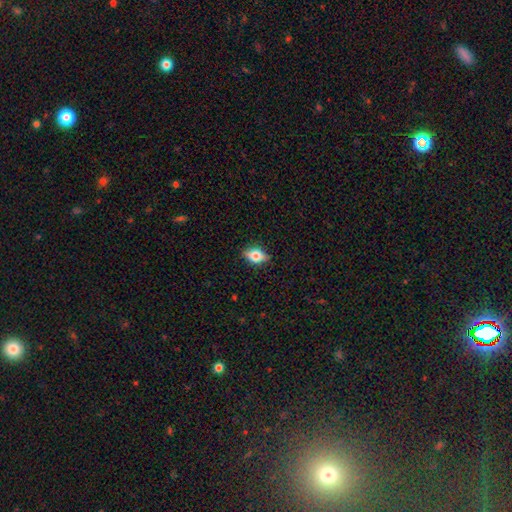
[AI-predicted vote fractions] The model was most divided on "smooth or featured": smooth: 64%, featured or disk: 27%, star or artifact: 9%. More confident: merging — none (83%); how rounded — in between (79%).